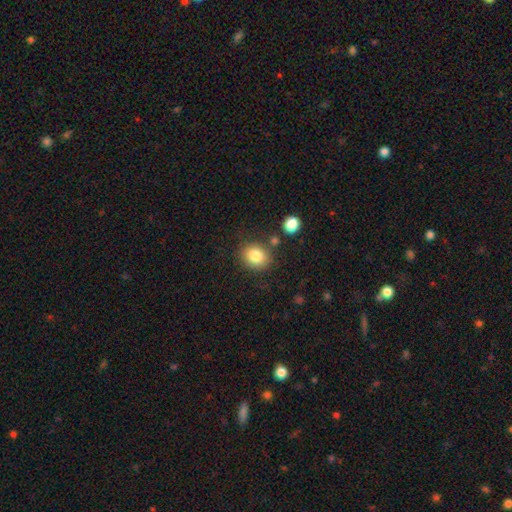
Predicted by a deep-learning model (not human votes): Overall: smooth (83%). How rounded: round (63%; in between 36%). Merging: none (80%).